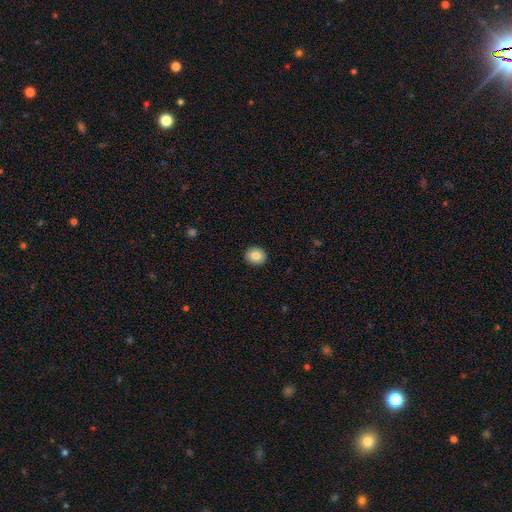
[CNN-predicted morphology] Smooth or featured? Predicted: smooth (p=0.83). How rounded? Predicted: round (p=0.80). Merging? Predicted: none (p=0.92).